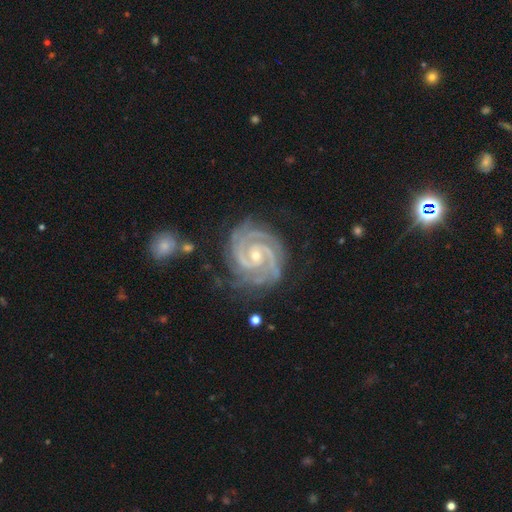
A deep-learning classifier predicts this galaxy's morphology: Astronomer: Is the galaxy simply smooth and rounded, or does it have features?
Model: featured or disk — 94%.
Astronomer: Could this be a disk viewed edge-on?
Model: no — 98%.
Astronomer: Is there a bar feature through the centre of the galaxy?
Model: no — 56%.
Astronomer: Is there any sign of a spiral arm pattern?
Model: yes — 99%.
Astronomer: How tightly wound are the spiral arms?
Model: tight — 77%.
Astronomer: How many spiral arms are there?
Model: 2 — 58%.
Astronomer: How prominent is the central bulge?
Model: small — 66%.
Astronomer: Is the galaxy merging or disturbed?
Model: none — 73%.